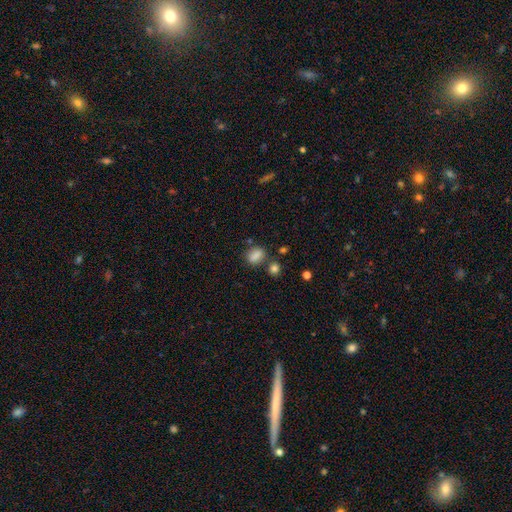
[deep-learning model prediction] smooth 83%, star or artifact 11%, featured or disk 6%. Down the decision tree: how rounded — in between (71%); merging — none (67%).